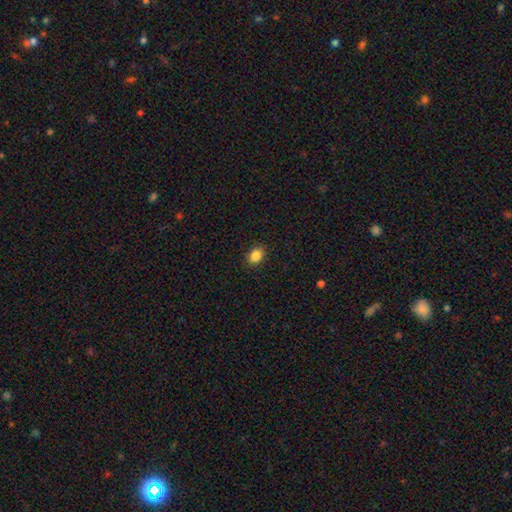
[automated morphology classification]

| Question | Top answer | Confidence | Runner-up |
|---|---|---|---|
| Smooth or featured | smooth | 87% | star or artifact (10%) |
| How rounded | in between | 60% | round (39%) |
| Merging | none | 89% | minor disturbance (8%) |